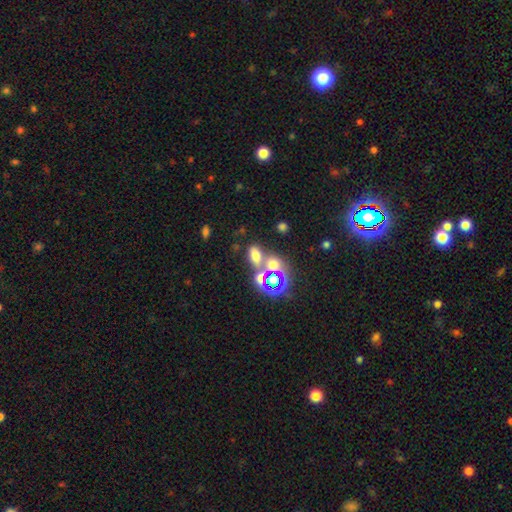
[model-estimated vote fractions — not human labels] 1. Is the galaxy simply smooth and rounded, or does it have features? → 60% smooth, 29% star or artifact, 11% featured or disk.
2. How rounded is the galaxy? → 71% in between, 25% round, 4% cigar-shaped.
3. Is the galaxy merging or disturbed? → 49% none, 35% merger, 10% minor disturbance, 6% major disturbance.